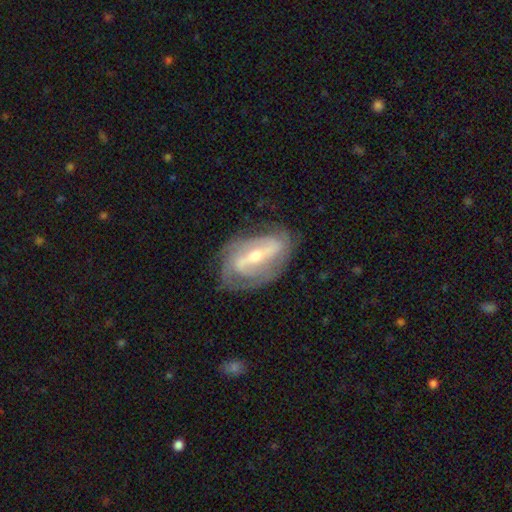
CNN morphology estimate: type=featured or disk (85%); edge-on=no (92%); bar=strong (65%); spiral arms=yes (90%); winding=tight (43%); arm count=2 (63%); bulge=moderate (54%); merging=none (72%).